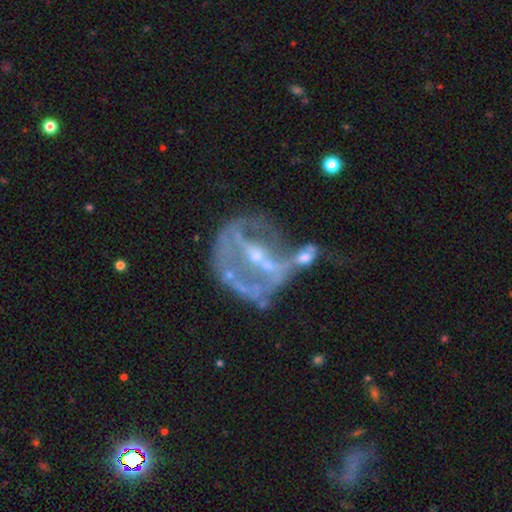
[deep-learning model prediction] This is likely a featured or disk galaxy (75%). It is clearly not viewed edge-on (95%). Bar: marginally no (40%). Spiral arm pattern: likely no (67%). Central bulge: possibly small (51%). Merging: marginally major disturbance (30%).